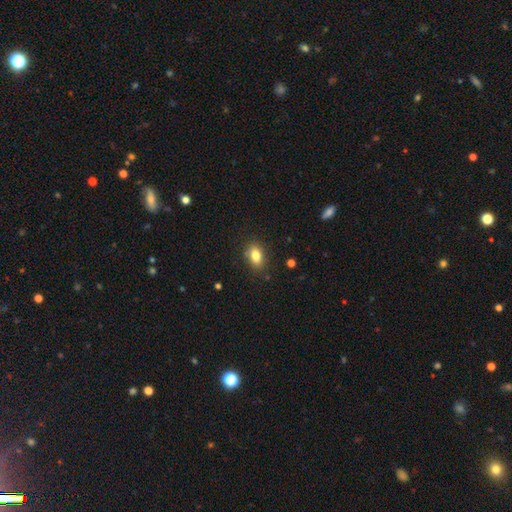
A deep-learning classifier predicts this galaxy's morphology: smooth_or_featured: smooth (p=0.83) [alt: star or artifact p=0.09]
how_rounded: in between (p=0.83) [alt: round p=0.14]
merging: none (p=0.84) [alt: minor disturbance p=0.11]